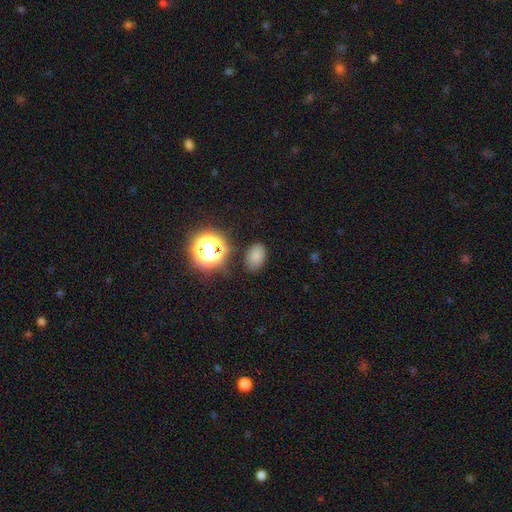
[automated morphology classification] A smooth galaxy with no disk features (74%) that is in between round and cigar-shaped (79%).

Vote fractions:
- Smooth or featured? smooth: 74% / star or artifact: 17% / featured or disk: 9%
- How rounded? in between: 79% / round: 20% / cigar-shaped: 1%
- Merging? none: 77% / minor disturbance: 14% / major disturbance: 5% / merger: 4%